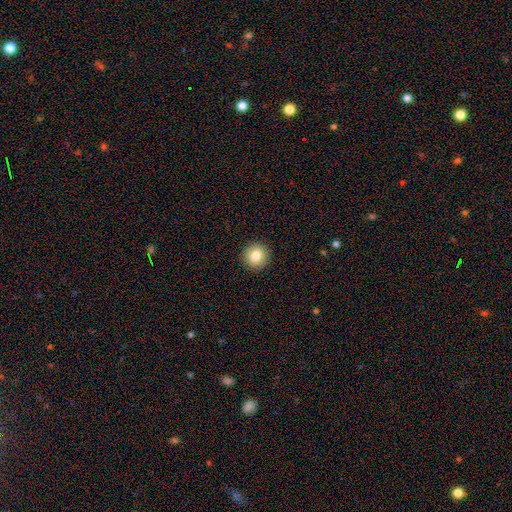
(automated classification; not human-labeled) Smooth or featured? smooth (83%)
How rounded? round (93%)
Merging? none (92%)